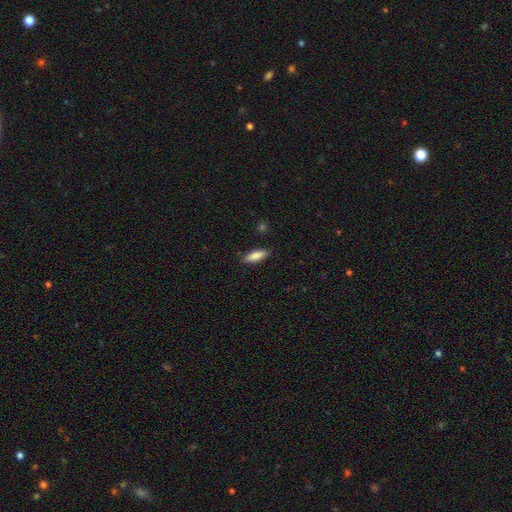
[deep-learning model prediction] A smooth galaxy with no disk features (86%) that is in between round and cigar-shaped (56%).

Vote fractions:
- Smooth or featured? smooth: 86% / featured or disk: 8% / star or artifact: 6%
- How rounded? in between: 56% / cigar-shaped: 43% / round: 2%
- Merging? none: 87% / minor disturbance: 10% / major disturbance: 2% / merger: 1%